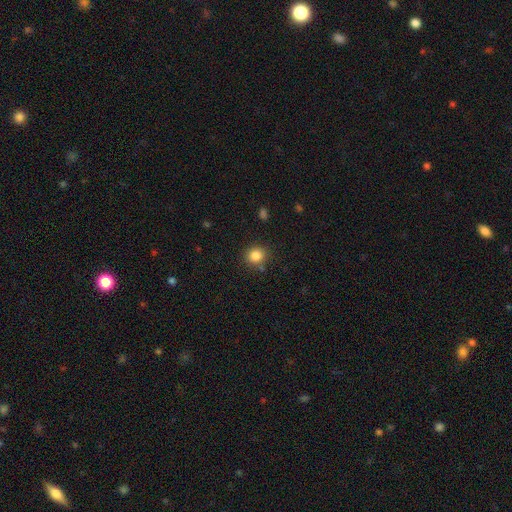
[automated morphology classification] This appears to be a smooth galaxy with no disk features (84%) that is round (83%). Merging: none (83%).